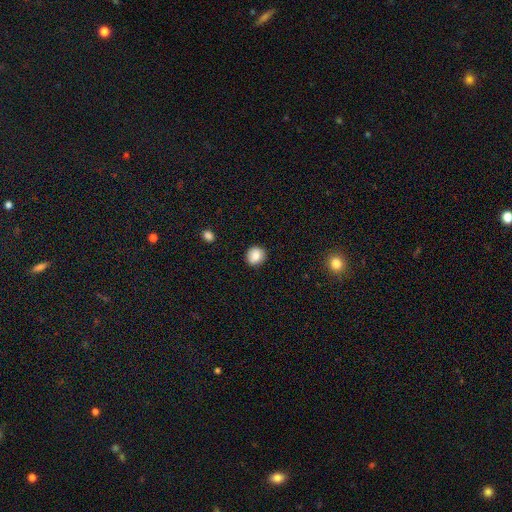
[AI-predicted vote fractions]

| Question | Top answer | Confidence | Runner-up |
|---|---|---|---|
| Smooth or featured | smooth | 83% | star or artifact (9%) |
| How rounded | round | 85% | in between (14%) |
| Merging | none | 89% | minor disturbance (8%) |